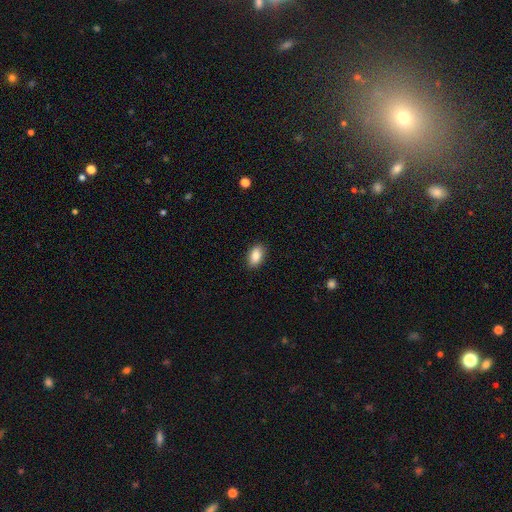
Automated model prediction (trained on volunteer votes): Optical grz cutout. It shows a smooth galaxy with no disk features (87%) that is in between round and cigar-shaped (90%). Merging: none (88%).